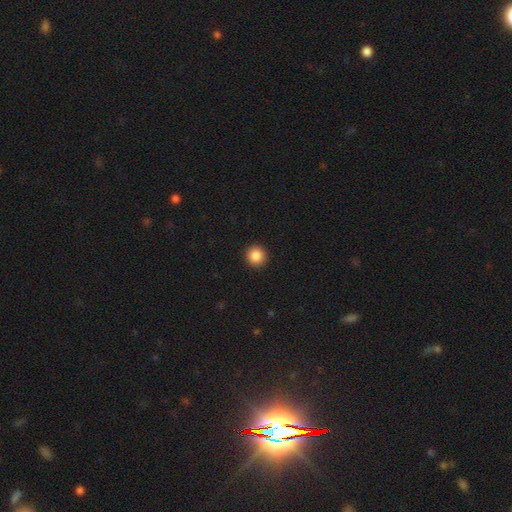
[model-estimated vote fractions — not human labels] smooth-or-featured: smooth: 87% | star or artifact: 10% | featured or disk: 3%
  how-rounded: round: 94% | in between: 5% | cigar-shaped: 1%
  merging: none: 94% | minor disturbance: 4% | major disturbance: 2% | merger: 1%